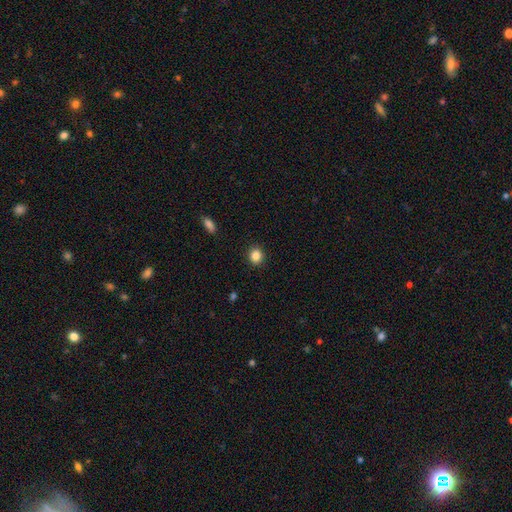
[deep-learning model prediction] smooth 86%, star or artifact 10%, featured or disk 4%. Down the decision tree: how rounded — round (74%); merging — none (91%).